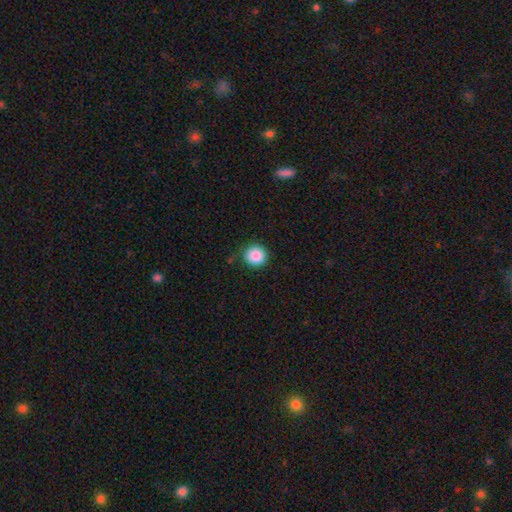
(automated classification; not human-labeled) Smooth or featured? smooth (87%)
How rounded? round (95%)
Merging? none (86%)